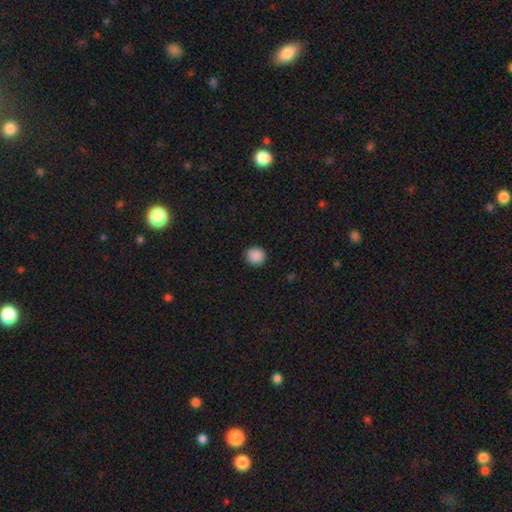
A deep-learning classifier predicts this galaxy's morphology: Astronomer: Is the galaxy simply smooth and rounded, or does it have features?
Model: smooth — 89%.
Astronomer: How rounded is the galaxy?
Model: round — 91%.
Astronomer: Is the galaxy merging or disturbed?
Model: none — 91%.